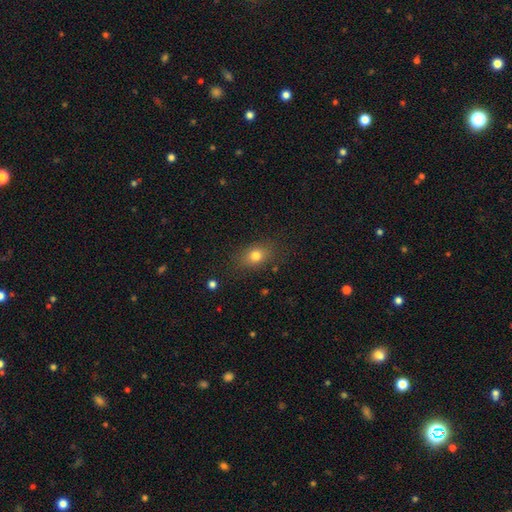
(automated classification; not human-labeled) The model was most divided on "how rounded": in between: 65%, round: 33%, cigar-shaped: 2%. More confident: merging — none (81%); smooth or featured — smooth (77%).